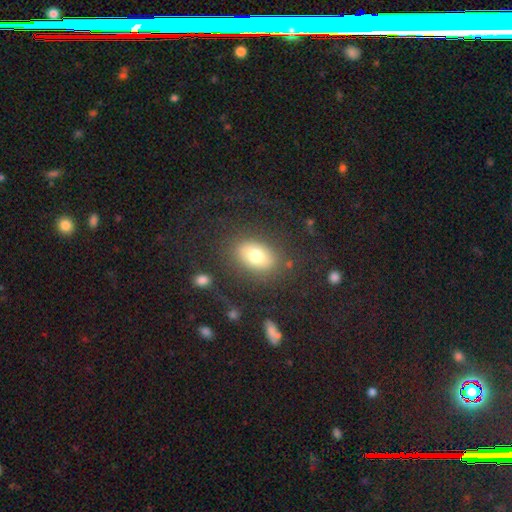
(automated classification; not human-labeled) A smooth galaxy with no disk features (73%) that is in between round and cigar-shaped (79%).

Vote fractions:
- Smooth or featured? smooth: 73% / featured or disk: 17% / star or artifact: 10%
- How rounded? in between: 79% / round: 20% / cigar-shaped: 1%
- Merging? none: 79% / minor disturbance: 12% / major disturbance: 6% / merger: 2%